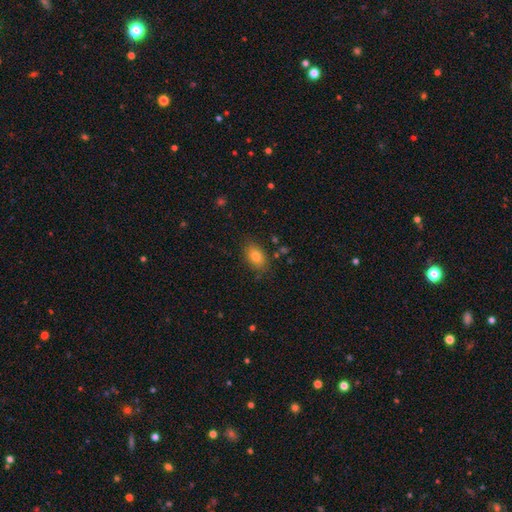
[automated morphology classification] Q: Smooth or featured?
A: smooth (81%); runner-up: star or artifact (9%)
Q: How rounded?
A: in between (84%); runner-up: round (14%)
Q: Merging?
A: none (82%); runner-up: minor disturbance (13%)